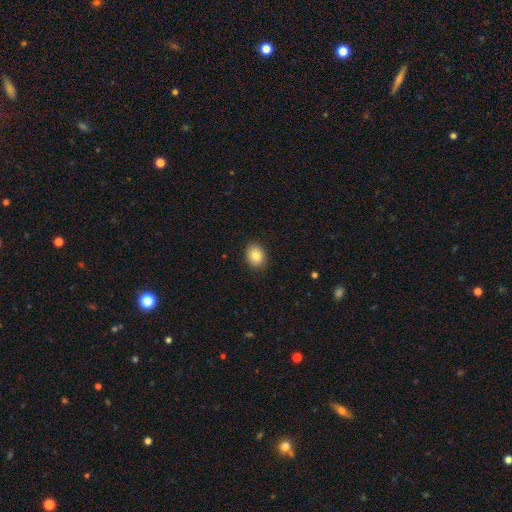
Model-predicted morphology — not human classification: This appears to be a smooth galaxy with no disk features (82%) that is in between round and cigar-shaped (51%). Merging: none (90%).